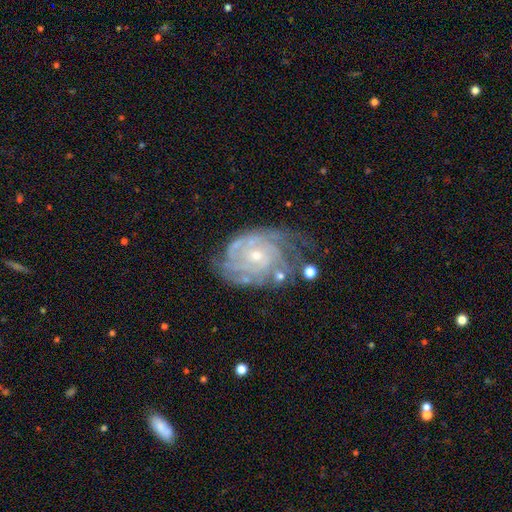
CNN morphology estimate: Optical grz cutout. It shows a featured or disk galaxy (87%) with no bar (74%), tight (72%) spiral arms (96%) and a small central bulge (64%). Merging: none (55%).